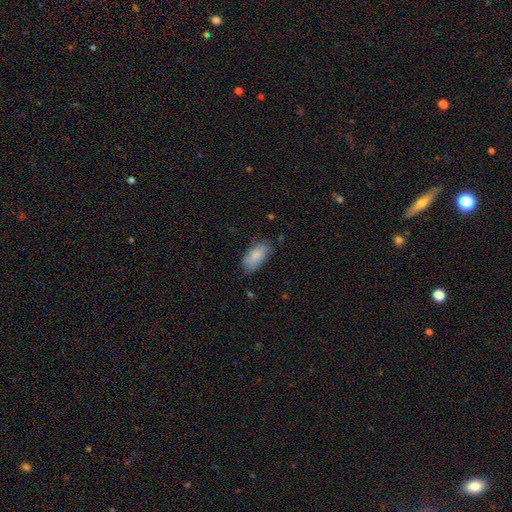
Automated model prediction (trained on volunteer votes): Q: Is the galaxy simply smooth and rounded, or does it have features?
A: smooth — 85%.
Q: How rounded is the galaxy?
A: in between — 92%.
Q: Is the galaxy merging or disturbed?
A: none — 68%.